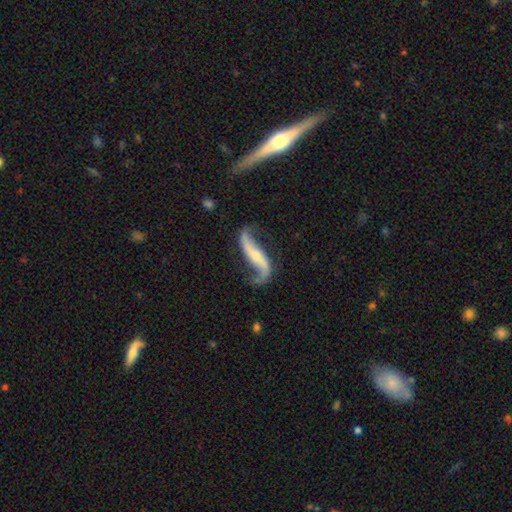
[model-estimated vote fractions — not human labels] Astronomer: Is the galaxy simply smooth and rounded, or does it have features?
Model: featured or disk — 87%.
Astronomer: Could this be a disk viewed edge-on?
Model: no — 87%.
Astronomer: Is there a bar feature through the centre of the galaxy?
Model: strong — 38% (runner-up: no, 36%).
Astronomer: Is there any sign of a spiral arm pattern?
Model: yes — 95%.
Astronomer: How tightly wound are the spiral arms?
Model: loose — 89%.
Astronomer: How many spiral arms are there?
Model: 2 — 90%.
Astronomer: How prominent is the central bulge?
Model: small — 57%.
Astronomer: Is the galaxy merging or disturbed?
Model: none — 67%.